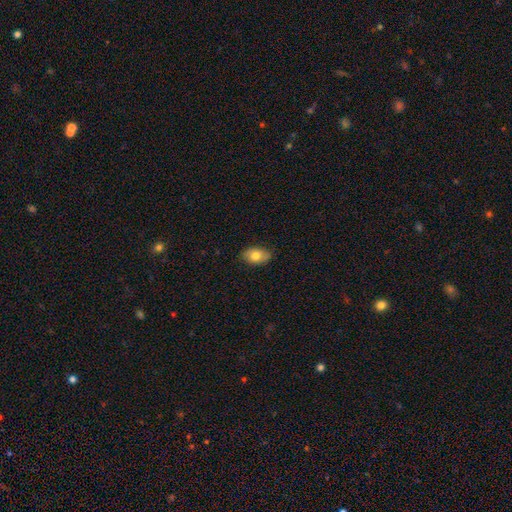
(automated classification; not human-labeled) A smooth galaxy with no disk features (78%) that is in between round and cigar-shaped (89%).

Vote fractions:
- Smooth or featured? smooth: 78% / featured or disk: 15% / star or artifact: 7%
- How rounded? in between: 89% / round: 9% / cigar-shaped: 2%
- Merging? none: 84% / minor disturbance: 13% / major disturbance: 2% / merger: 1%